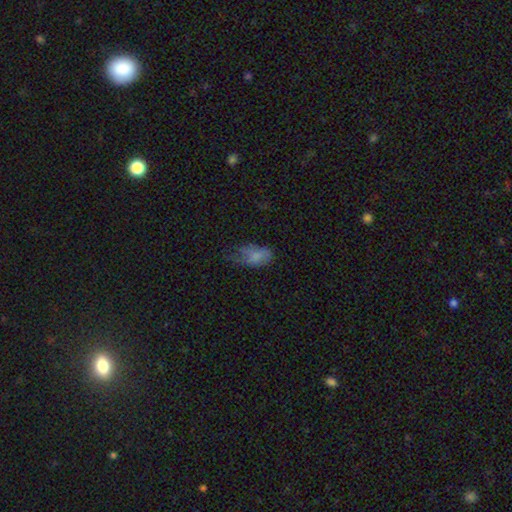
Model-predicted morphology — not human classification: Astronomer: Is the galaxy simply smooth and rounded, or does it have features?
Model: smooth — 73%.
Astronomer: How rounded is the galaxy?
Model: in between — 92%.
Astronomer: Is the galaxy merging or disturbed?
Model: minor disturbance — 39% (runner-up: none, 31%).